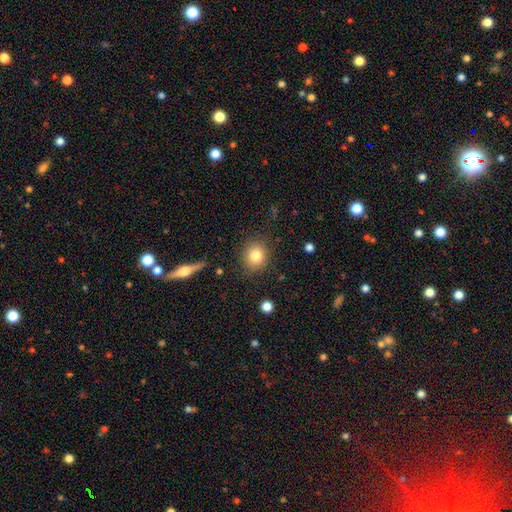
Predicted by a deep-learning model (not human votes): A smooth galaxy with no disk features (82%) that is round (80%).

Vote fractions:
- Smooth or featured? smooth: 82% / star or artifact: 10% / featured or disk: 9%
- How rounded? round: 80% / in between: 19% / cigar-shaped: 1%
- Merging? none: 85% / minor disturbance: 9% / major disturbance: 3% / merger: 2%